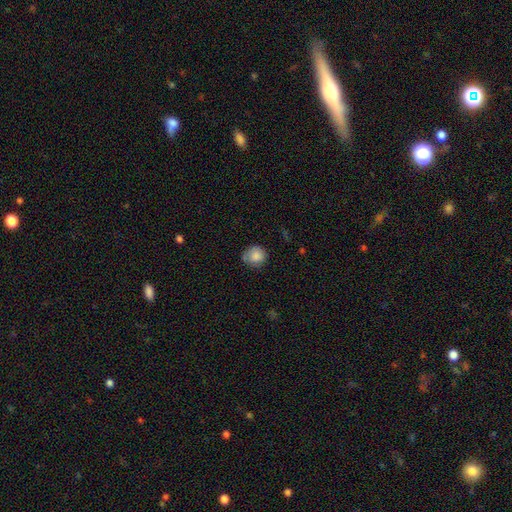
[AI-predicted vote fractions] This appears to be a smooth galaxy with no disk features (84%) that is round (86%). Merging: none (67%).